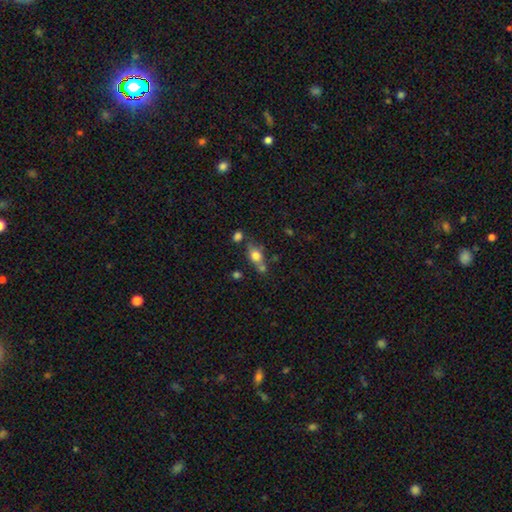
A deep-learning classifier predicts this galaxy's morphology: Smooth or featured? smooth (70%)
How rounded? in between (65%)
Merging? none (53%)